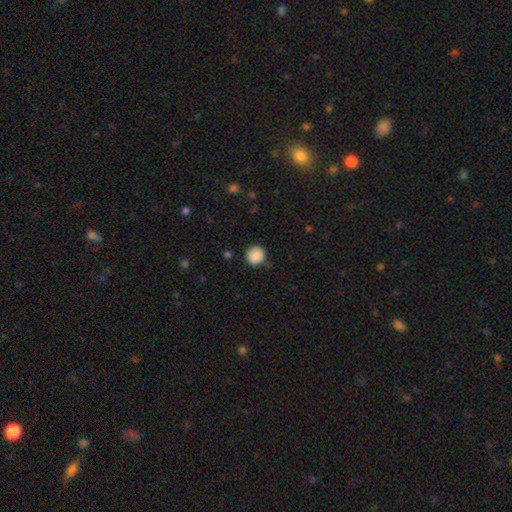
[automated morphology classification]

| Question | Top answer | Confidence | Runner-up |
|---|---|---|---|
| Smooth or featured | smooth | 89% | star or artifact (8%) |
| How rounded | round | 90% | in between (9%) |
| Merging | none | 83% | minor disturbance (13%) |